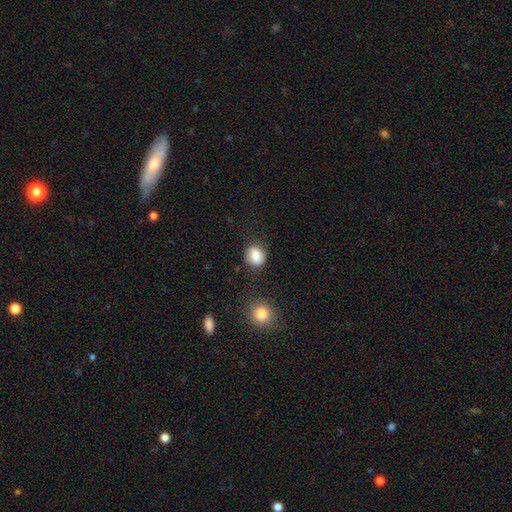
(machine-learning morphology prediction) type=smooth (80%); roundness=round (65%); merging=none (73%).